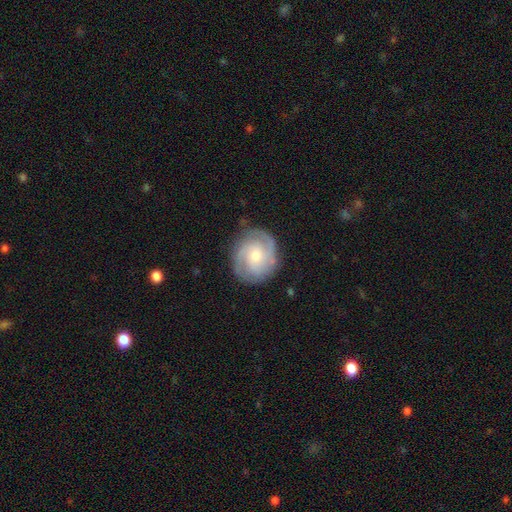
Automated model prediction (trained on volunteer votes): smooth-or-featured: featured or disk: 82% | smooth: 13% | star or artifact: 5%
  disk-edge-on: no: 98% | yes: 2%
    bar: no: 69% | weak: 26% | strong: 5%
    has-spiral-arms: yes: 96% | no: 4%
      spiral-winding: tight: 58% | medium: 34% | loose: 7%
      spiral-arm-count: 2: 40% | 3: 31% | can't tell: 16% | 4: 5% | 1: 4% | more than 4: 4%
    bulge-size: small: 50% | moderate: 46% | large: 2% | none: 1% | dominant: 1%
  merging: none: 81% | minor disturbance: 14% | major disturbance: 4% | merger: 1%